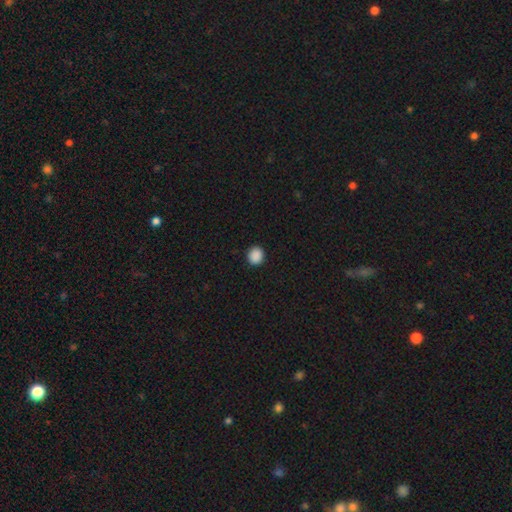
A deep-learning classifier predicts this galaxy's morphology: Smooth or featured?
  - smooth: 89% *
  - star or artifact: 9%
  - featured or disk: 2%
How rounded?
  - round: 85% *
  - in between: 14%
  - cigar-shaped: 1%
Merging?
  - none: 92% *
  - minor disturbance: 6%
  - major disturbance: 2%
  - merger: 1%